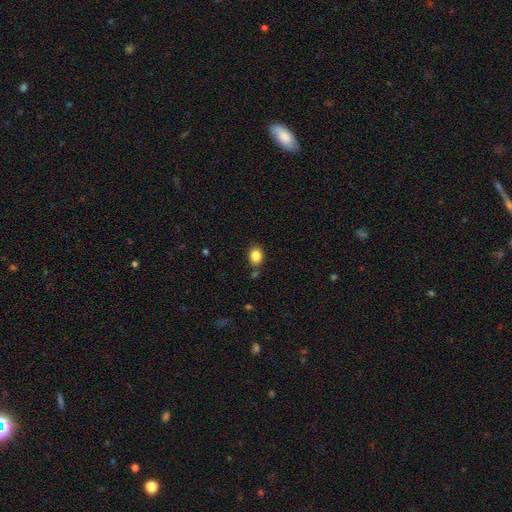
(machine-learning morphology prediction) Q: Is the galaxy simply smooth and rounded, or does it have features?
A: smooth — 86%.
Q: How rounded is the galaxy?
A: in between — 56%.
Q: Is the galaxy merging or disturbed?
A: none — 79%.